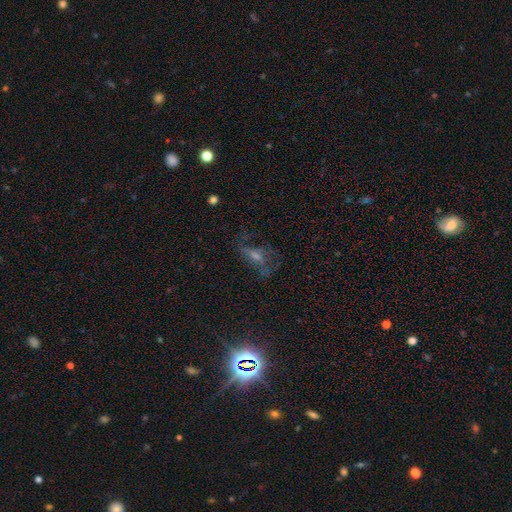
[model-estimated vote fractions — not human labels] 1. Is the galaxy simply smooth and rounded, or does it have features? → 46% featured or disk, 33% star or artifact, 21% smooth.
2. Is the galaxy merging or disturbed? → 50% none, 28% major disturbance, 18% minor disturbance, 3% merger.